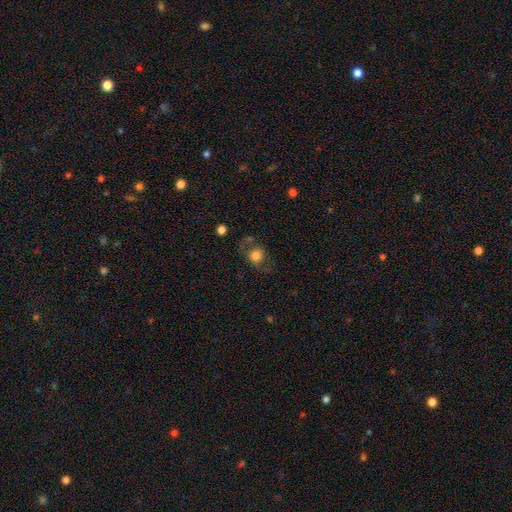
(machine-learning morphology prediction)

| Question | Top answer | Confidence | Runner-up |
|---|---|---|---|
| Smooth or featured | smooth | 65% | featured or disk (24%) |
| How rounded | round | 65% | in between (34%) |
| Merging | none | 59% | minor disturbance (20%) |